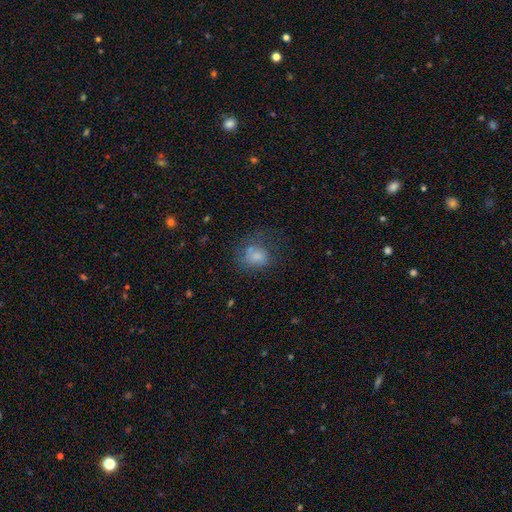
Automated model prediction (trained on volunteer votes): This appears to be a smooth galaxy with no disk features (70%) that is round (61%). Merging: none (44%).